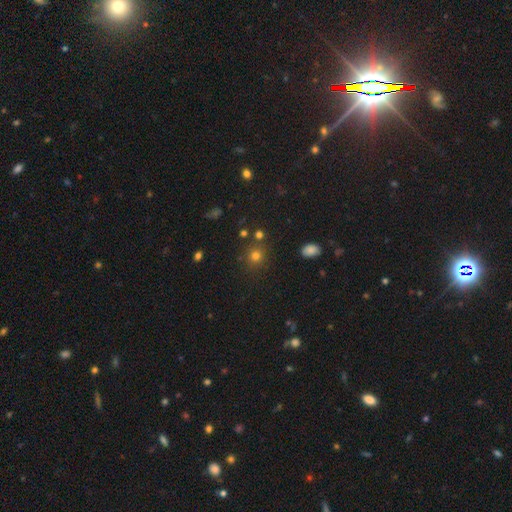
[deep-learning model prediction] This is likely a smooth galaxy (73%). How rounded: clearly round (89%). Merging: clearly none (82%).